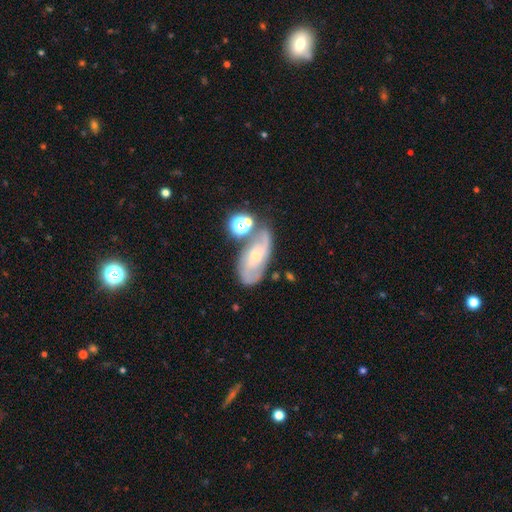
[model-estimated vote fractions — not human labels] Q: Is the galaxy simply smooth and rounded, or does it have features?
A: featured or disk — 72%.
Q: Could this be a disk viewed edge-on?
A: no — 94%.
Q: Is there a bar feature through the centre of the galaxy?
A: no — 54%.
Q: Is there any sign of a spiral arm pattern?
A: yes — 92%.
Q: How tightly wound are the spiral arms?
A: medium — 48%.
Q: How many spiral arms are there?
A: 2 — 72%.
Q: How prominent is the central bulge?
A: small — 65%.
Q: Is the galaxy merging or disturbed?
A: none — 57%.